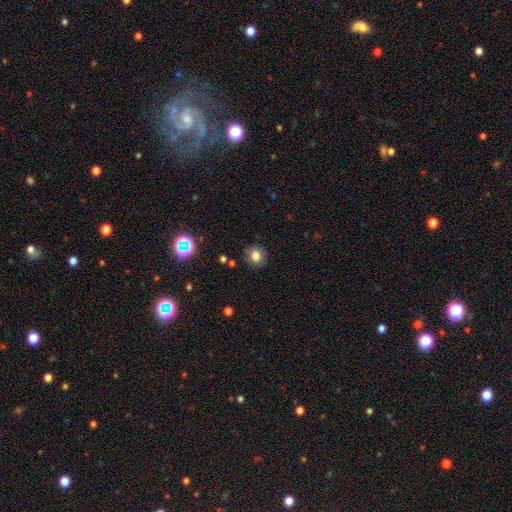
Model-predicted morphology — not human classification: Overall: smooth (76%). How rounded: round (76%). Merging: none (84%).